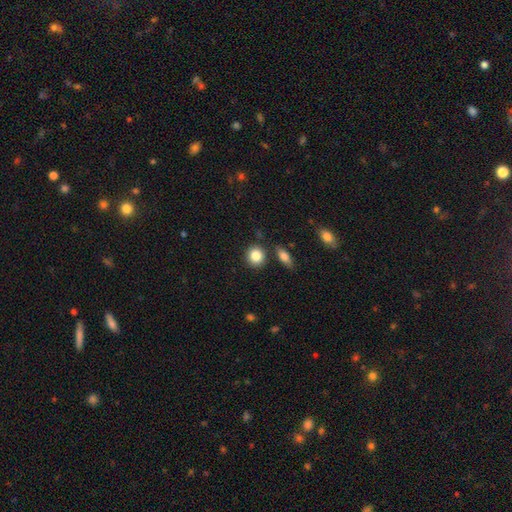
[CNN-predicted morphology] This appears to be a smooth galaxy with no disk features (85%) that is round (83%). Merging: none (82%).